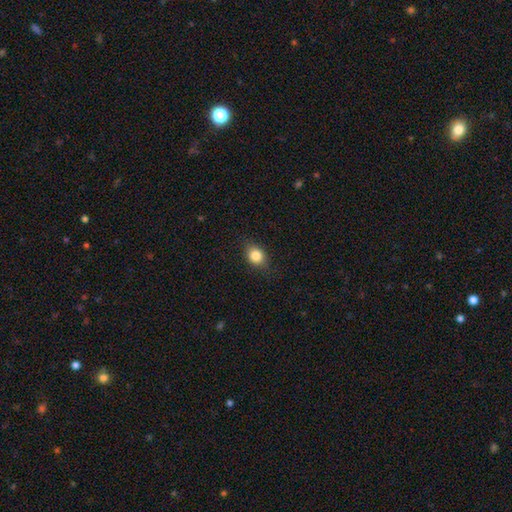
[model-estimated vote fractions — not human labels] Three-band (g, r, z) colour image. It shows a smooth galaxy with no disk features (83%) that is round (50%). Merging: none (83%).